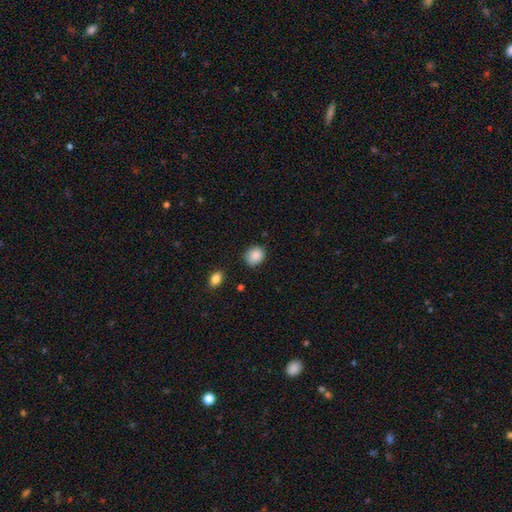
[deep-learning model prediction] smooth-or-featured: smooth: 89% | star or artifact: 8% | featured or disk: 3%
  how-rounded: round: 68% | in between: 31% | cigar-shaped: 1%
  merging: none: 81% | minor disturbance: 14% | major disturbance: 3% | merger: 2%